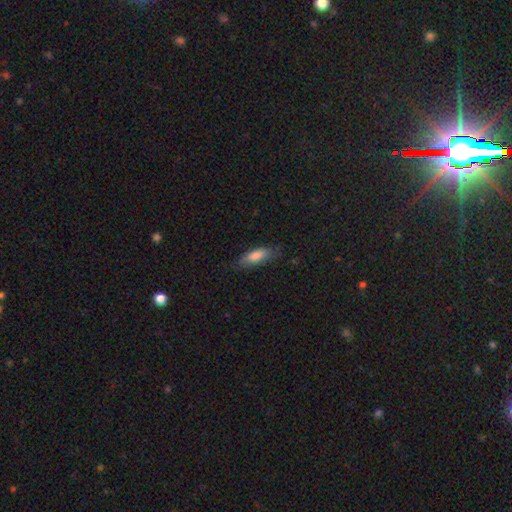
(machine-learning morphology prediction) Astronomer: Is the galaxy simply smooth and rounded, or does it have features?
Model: smooth — 82%.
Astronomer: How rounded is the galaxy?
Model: in between — 61% (runner-up: cigar-shaped, 37%).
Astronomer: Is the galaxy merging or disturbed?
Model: none — 76%.